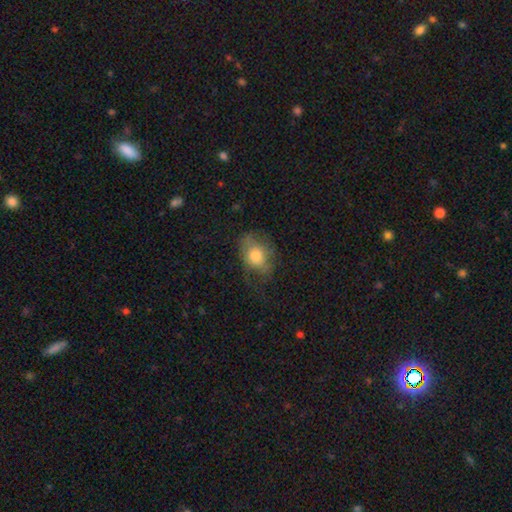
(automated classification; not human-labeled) A smooth galaxy with no disk features (68%) that is in between round and cigar-shaped (68%).

Vote fractions:
- Smooth or featured? smooth: 68% / featured or disk: 23% / star or artifact: 8%
- How rounded? in between: 68% / round: 31% / cigar-shaped: 1%
- Merging? none: 51% / minor disturbance: 26% / major disturbance: 21% / merger: 1%